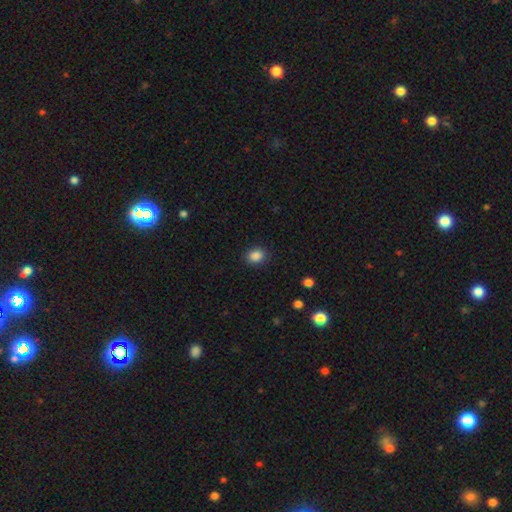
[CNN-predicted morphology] A smooth galaxy with no disk features (87%) that is in between round and cigar-shaped (52%).

Vote fractions:
- Smooth or featured? smooth: 87% / star or artifact: 10% / featured or disk: 3%
- How rounded? in between: 52% / round: 47% / cigar-shaped: 1%
- Merging? none: 88% / minor disturbance: 9% / major disturbance: 3% / merger: 1%